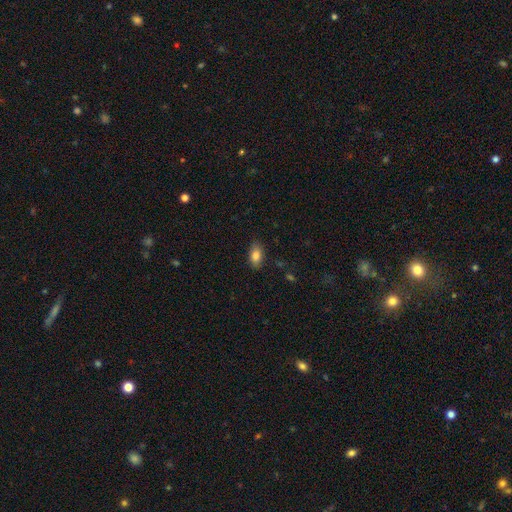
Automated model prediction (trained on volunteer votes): Smooth or featured? smooth (83%)
How rounded? in between (89%)
Merging? none (85%)